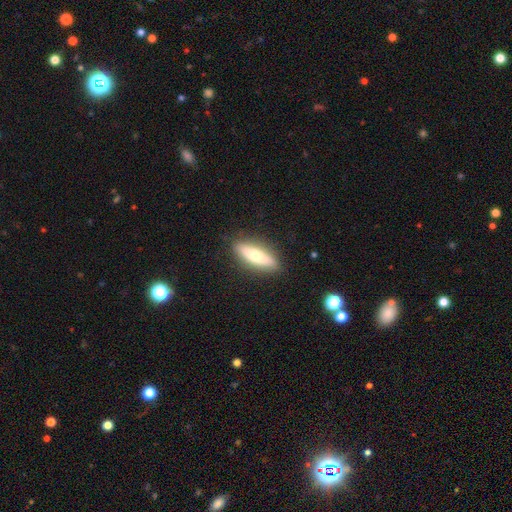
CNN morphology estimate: This is likely a smooth galaxy (61%). How rounded: possibly cigar-shaped (55%). Merging: clearly none (87%).